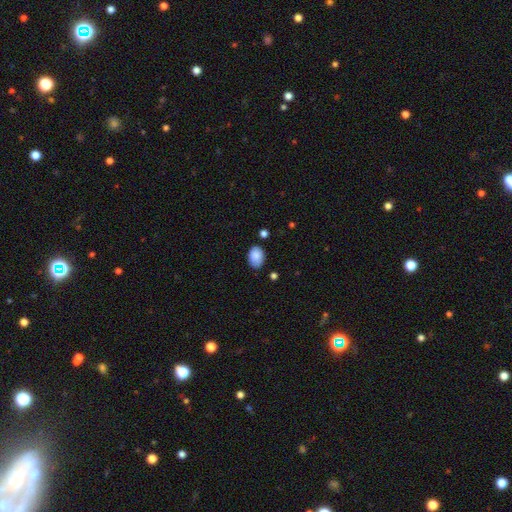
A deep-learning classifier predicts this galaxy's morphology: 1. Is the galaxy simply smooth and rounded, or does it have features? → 87% smooth, 7% star or artifact, 5% featured or disk.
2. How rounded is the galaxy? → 80% in between, 19% round, 1% cigar-shaped.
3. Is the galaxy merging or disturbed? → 75% none, 18% minor disturbance, 3% major disturbance, 3% merger.